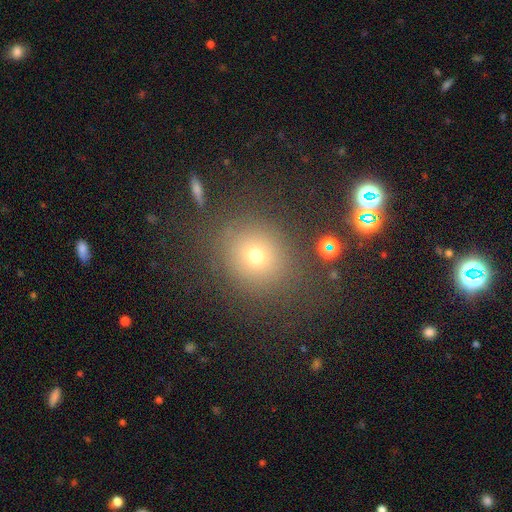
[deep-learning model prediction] Smooth or featured: smooth — 64% (star or artifact — 25%)
How rounded: round — 82% (in between — 16%)
Merging: none — 82% (minor disturbance — 9%)